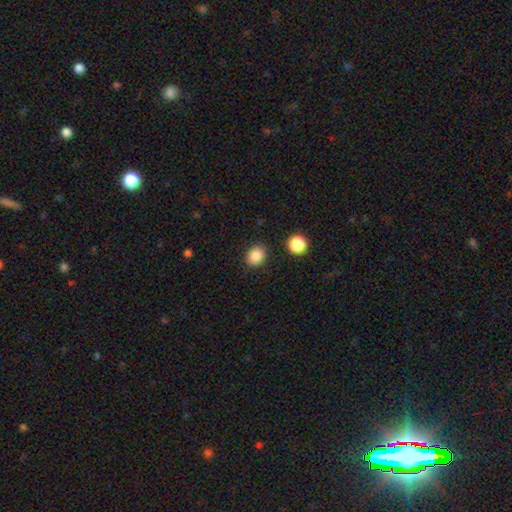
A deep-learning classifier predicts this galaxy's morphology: This is clearly a smooth galaxy (85%). How rounded: likely round (61%). Merging: clearly none (87%).